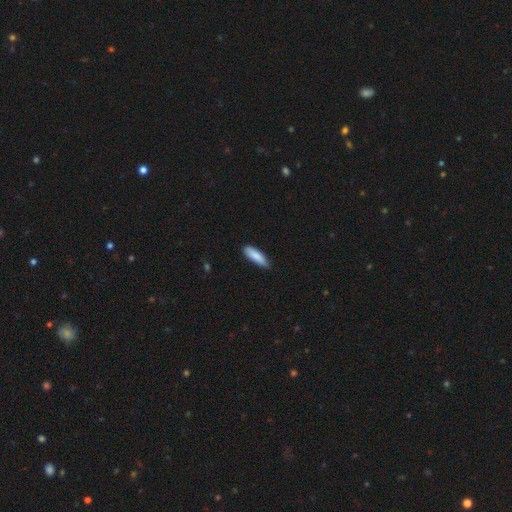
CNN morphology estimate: smooth_or_featured: smooth (p=0.86) [alt: featured or disk p=0.08]
how_rounded: cigar-shaped (p=0.58) [alt: in between p=0.41]
merging: none (p=0.78) [alt: minor disturbance p=0.19]